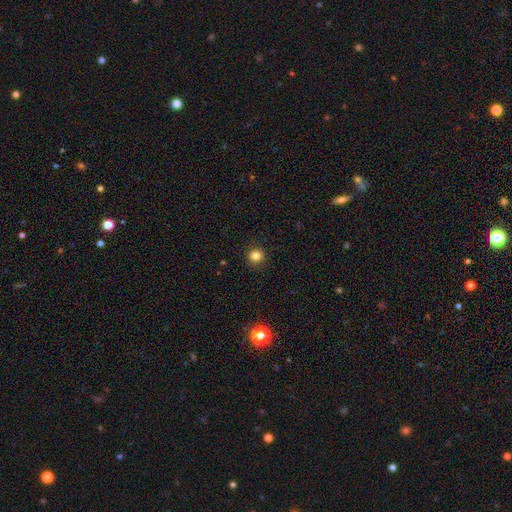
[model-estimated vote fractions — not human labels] smooth-or-featured: smooth: 82% | star or artifact: 13% | featured or disk: 5%
  how-rounded: round: 92% | in between: 7% | cigar-shaped: 1%
  merging: none: 91% | minor disturbance: 6% | major disturbance: 2% | merger: 1%